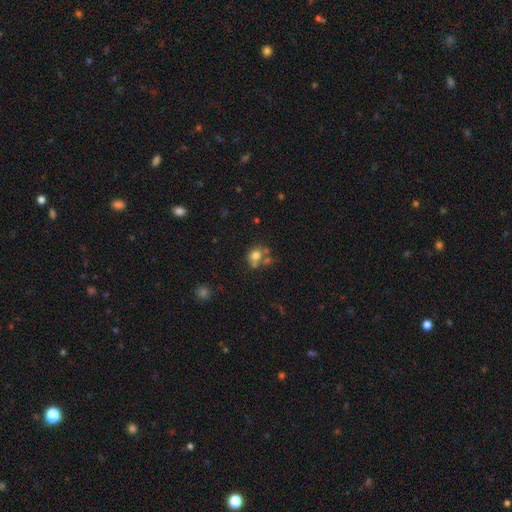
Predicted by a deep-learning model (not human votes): This appears to be a smooth galaxy with no disk features (72%) that is round (68%). Merging: none (44%).